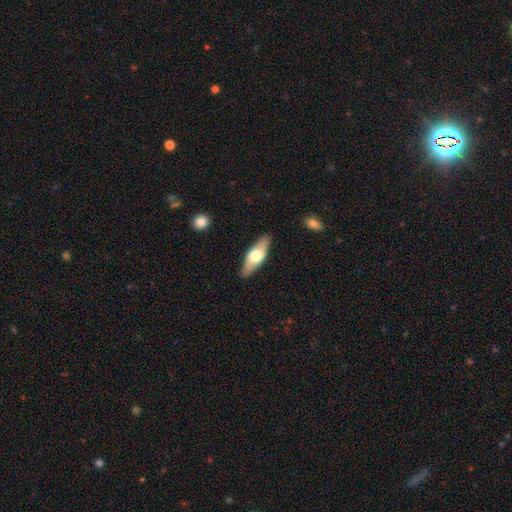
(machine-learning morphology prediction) Smooth or featured? Predicted: smooth (p=0.51). How rounded? Predicted: in between (p=0.57). Merging? Predicted: none (p=0.86).